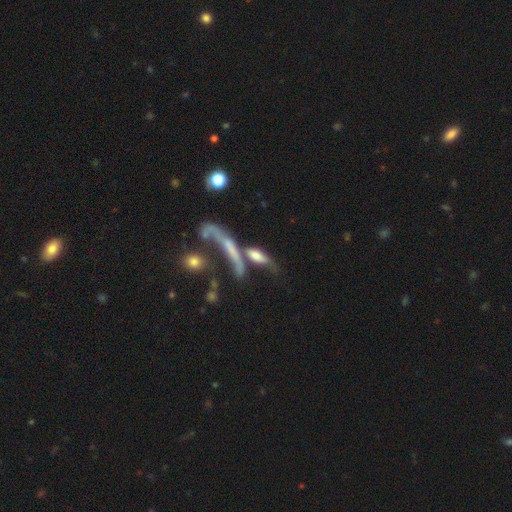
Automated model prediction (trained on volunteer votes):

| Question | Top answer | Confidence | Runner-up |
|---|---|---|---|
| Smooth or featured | smooth | 51% | featured or disk (38%) |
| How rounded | cigar-shaped | 49% | in between (45%) |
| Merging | merger | 48% | none (23%) |